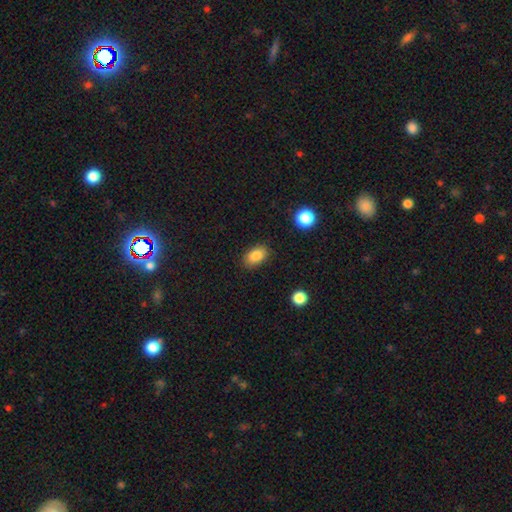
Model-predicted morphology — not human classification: Q: Smooth or featured?
A: smooth (85%); runner-up: star or artifact (9%)
Q: How rounded?
A: in between (87%); runner-up: round (11%)
Q: Merging?
A: none (86%); runner-up: minor disturbance (10%)